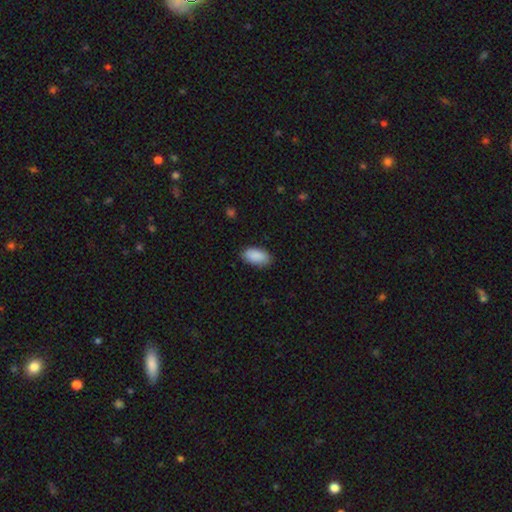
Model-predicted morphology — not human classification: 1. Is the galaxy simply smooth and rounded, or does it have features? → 90% smooth, 6% star or artifact, 4% featured or disk.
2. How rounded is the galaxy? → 94% in between, 3% cigar-shaped, 3% round.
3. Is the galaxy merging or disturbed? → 85% none, 12% minor disturbance, 2% major disturbance, 1% merger.